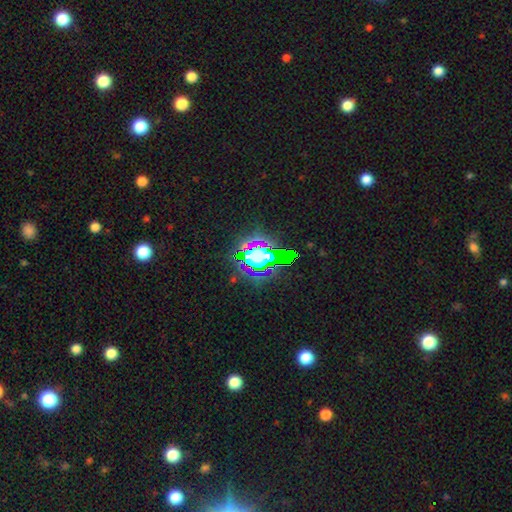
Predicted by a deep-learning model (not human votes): star or artifact 57%, smooth 25%, featured or disk 18%.